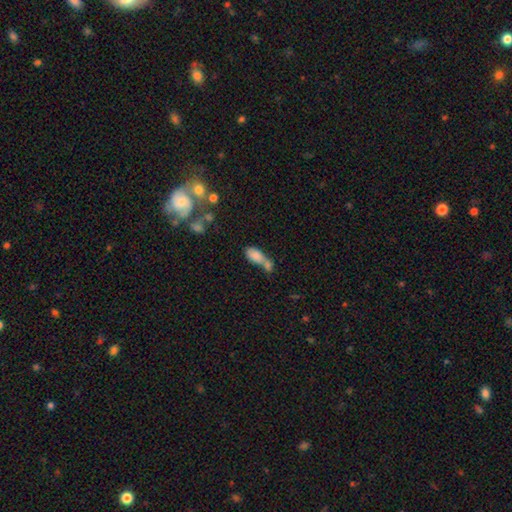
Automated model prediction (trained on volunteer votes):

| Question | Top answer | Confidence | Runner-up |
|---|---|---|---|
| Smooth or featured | smooth | 78% | featured or disk (13%) |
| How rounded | in between | 85% | cigar-shaped (10%) |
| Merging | merger | 60% | none (22%) |